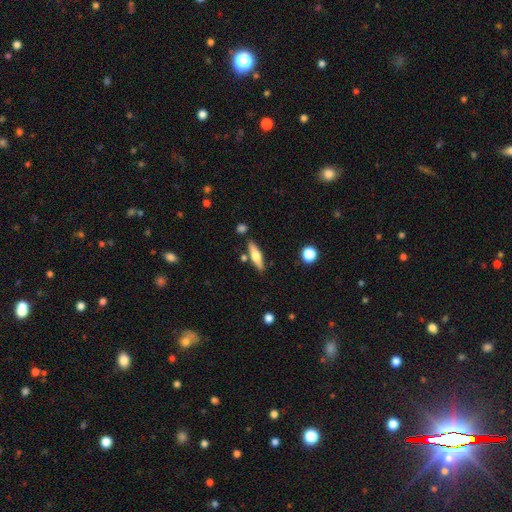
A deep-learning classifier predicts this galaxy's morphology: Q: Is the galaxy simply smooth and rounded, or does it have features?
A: smooth — 49%.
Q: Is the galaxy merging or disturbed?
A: none — 82%.